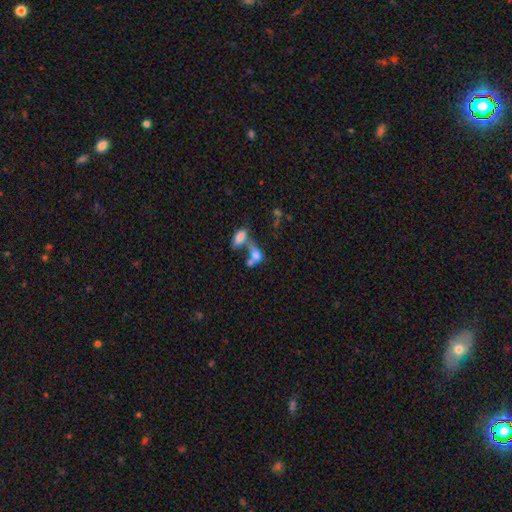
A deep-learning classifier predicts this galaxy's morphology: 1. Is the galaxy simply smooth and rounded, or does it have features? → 64% smooth, 23% featured or disk, 13% star or artifact.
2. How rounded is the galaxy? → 71% in between, 15% round, 14% cigar-shaped.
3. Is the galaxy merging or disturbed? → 59% merger, 21% none, 11% major disturbance, 9% minor disturbance.